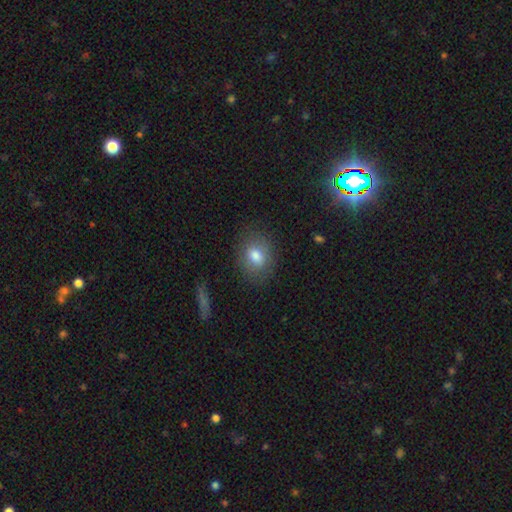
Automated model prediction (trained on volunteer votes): smooth_or_featured: smooth (p=0.77) [alt: featured or disk p=0.14]
how_rounded: in between (p=0.56) [alt: round p=0.43]
merging: none (p=0.81) [alt: minor disturbance p=0.13]